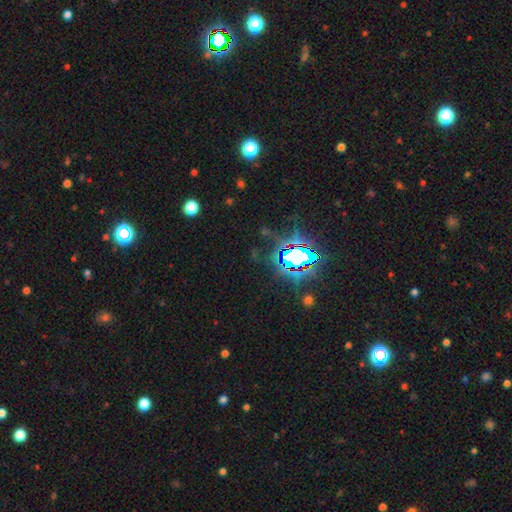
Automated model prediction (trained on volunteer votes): star or artifact 74%, smooth 16%, featured or disk 10%.